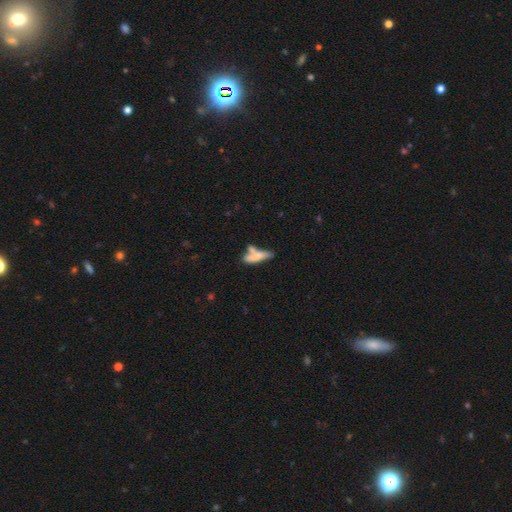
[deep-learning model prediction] A smooth galaxy with no disk features (65%) that is cigar-shaped (58%). Merging: merger (41%).